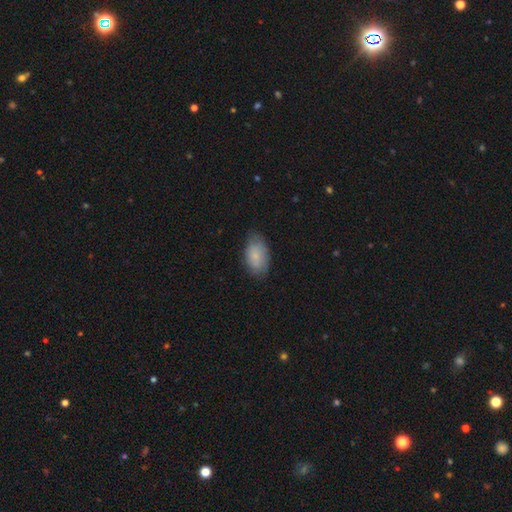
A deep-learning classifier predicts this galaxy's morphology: smooth 77%, featured or disk 16%, star or artifact 7%. Down the decision tree: how rounded — in between (93%); merging — none (68%).